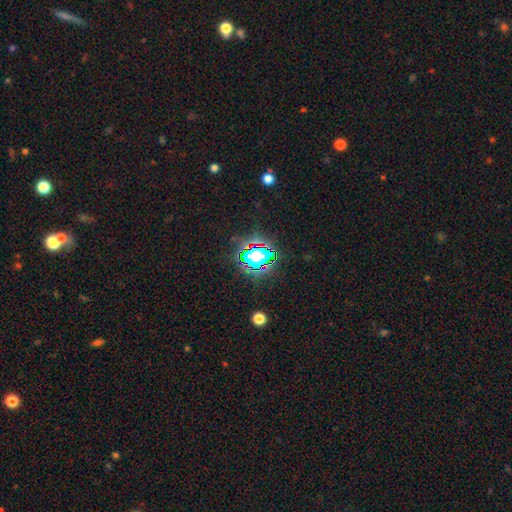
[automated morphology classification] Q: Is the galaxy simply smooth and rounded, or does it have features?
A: star or artifact — 64%.